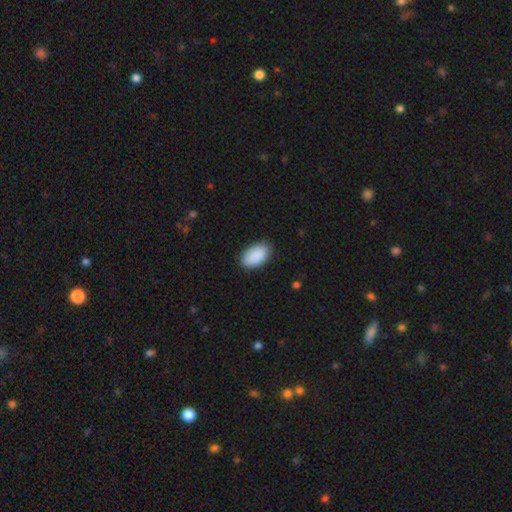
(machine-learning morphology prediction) This appears to be a smooth galaxy with no disk features (91%) that is in between round and cigar-shaped (95%). Merging: none (86%).